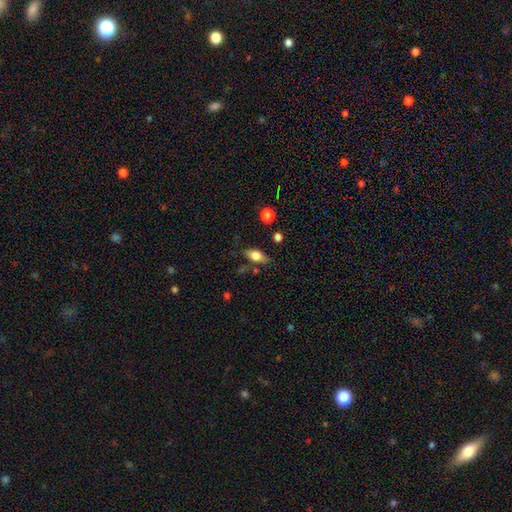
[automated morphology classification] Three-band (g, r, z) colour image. It shows a smooth galaxy with no disk features (67%) that is in between round and cigar-shaped (81%). Merging: none (73%).